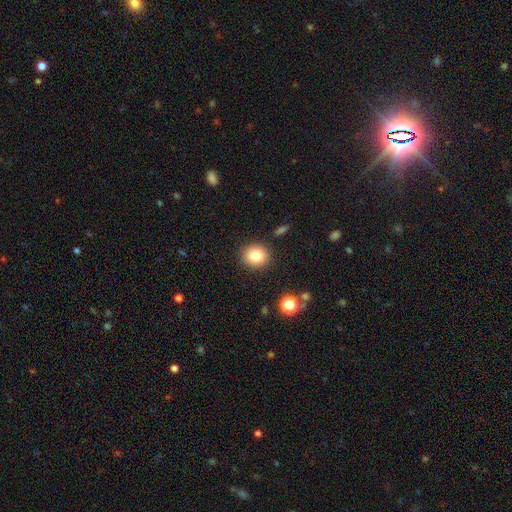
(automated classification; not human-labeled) Morphology: type=smooth (82%); roundness=round (81%); merging=none (89%).